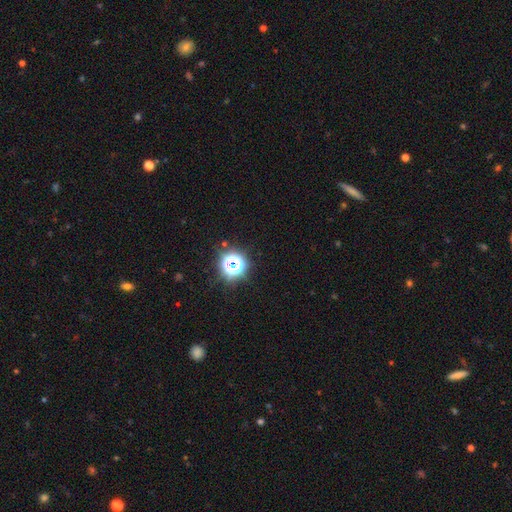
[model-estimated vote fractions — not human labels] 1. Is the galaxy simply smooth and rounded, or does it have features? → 76% star or artifact, 17% smooth, 7% featured or disk.